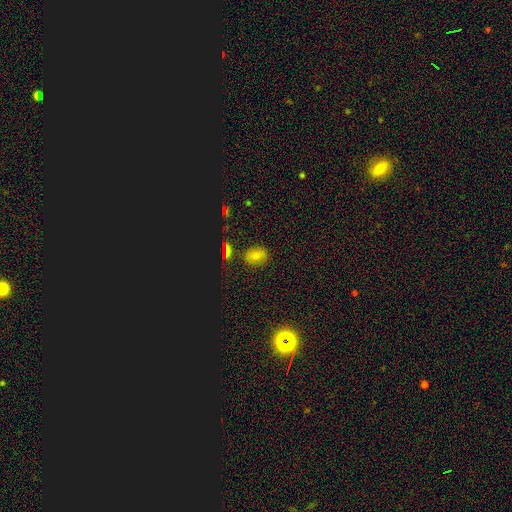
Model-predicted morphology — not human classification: smooth_or_featured: smooth (p=0.67) [alt: star or artifact p=0.25]
how_rounded: in between (p=0.65) [alt: round p=0.33]
merging: none (p=0.83) [alt: minor disturbance p=0.11]